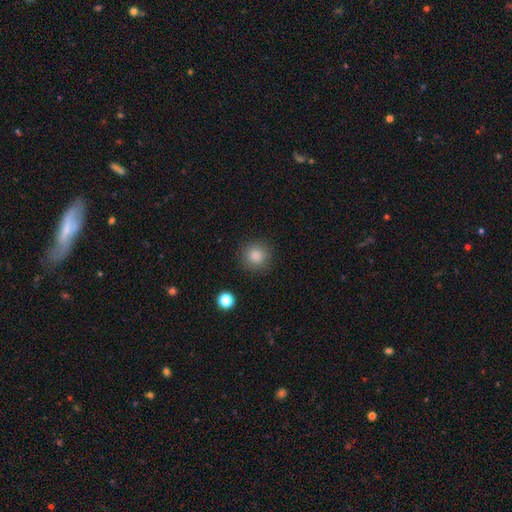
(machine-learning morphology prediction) A smooth galaxy with no disk features (85%) that is round (94%).

Vote fractions:
- Smooth or featured? smooth: 85% / star or artifact: 10% / featured or disk: 4%
- How rounded? round: 94% / in between: 5% / cigar-shaped: 1%
- Merging? none: 88% / minor disturbance: 8% / major disturbance: 3% / merger: 2%